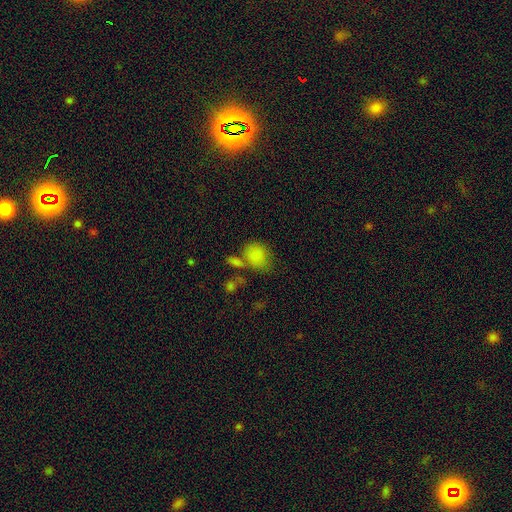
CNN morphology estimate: smooth-or-featured: smooth: 83% | star or artifact: 10% | featured or disk: 8%
  how-rounded: in between: 55% | round: 44% | cigar-shaped: 1%
  merging: none: 51% | merger: 23% | minor disturbance: 18% | major disturbance: 8%